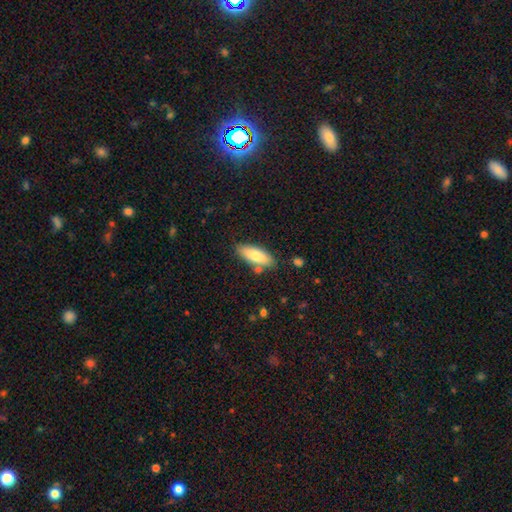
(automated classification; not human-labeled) The model was most divided on "how rounded": in between: 73%, cigar-shaped: 24%, round: 2%. More confident: merging — none (80%); smooth or featured — smooth (78%).